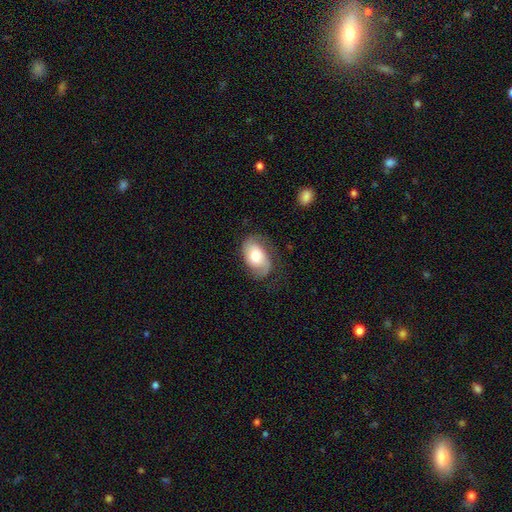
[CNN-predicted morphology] Smooth or featured?
  - smooth: 47% *
  - featured or disk: 46%
  - star or artifact: 7%
Merging?
  - none: 63% *
  - minor disturbance: 23%
  - major disturbance: 12%
  - merger: 1%